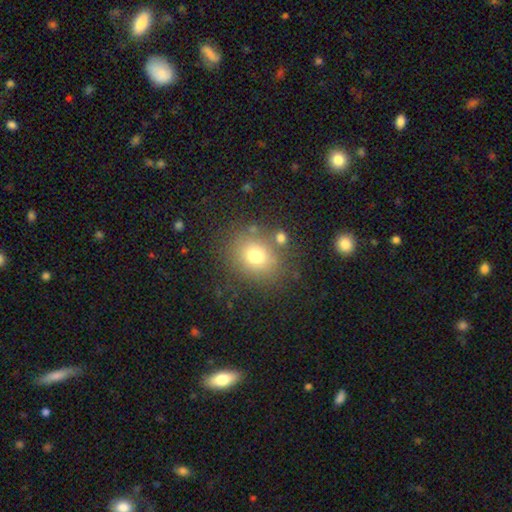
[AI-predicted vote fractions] The model was most divided on "how rounded": round: 62%, in between: 37%, cigar-shaped: 1%. More confident: merging — none (78%); smooth or featured — smooth (74%).